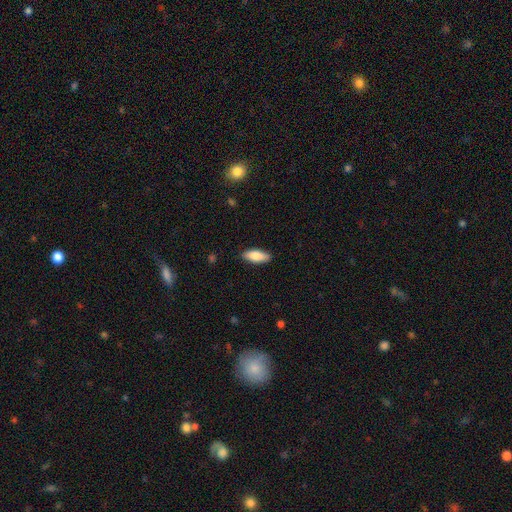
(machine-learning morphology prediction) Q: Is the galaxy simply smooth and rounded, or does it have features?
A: smooth — 83%.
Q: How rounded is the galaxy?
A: in between — 77%.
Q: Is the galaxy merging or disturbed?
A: none — 87%.